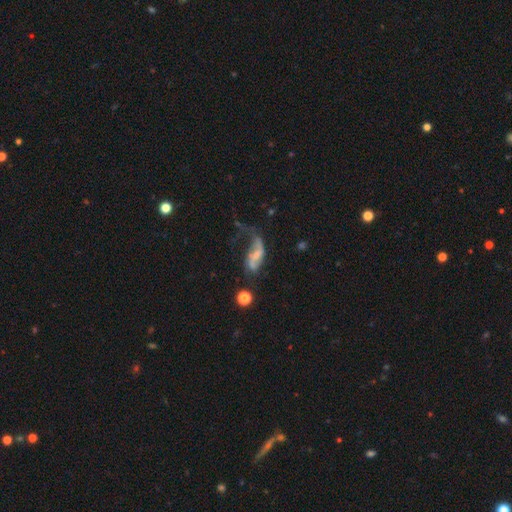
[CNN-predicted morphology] A featured or disk galaxy (63%) with no bar (47%), spiral arms (76%) and a small central bulge (46%). Merging: major disturbance (43%).